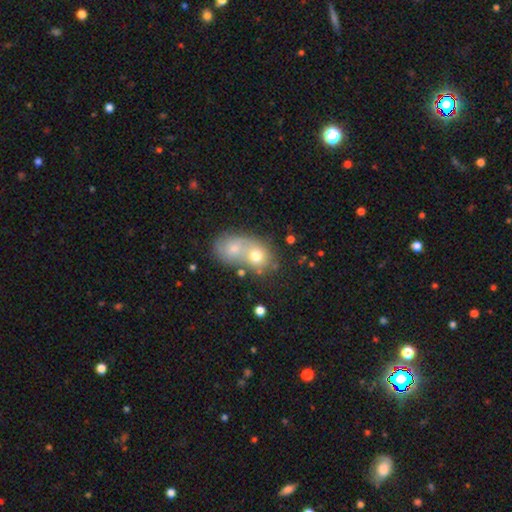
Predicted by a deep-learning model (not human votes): The model was most divided on "how rounded": round: 54%, in between: 45%, cigar-shaped: 1%. More confident: smooth or featured — smooth (67%); merging — merger (63%).